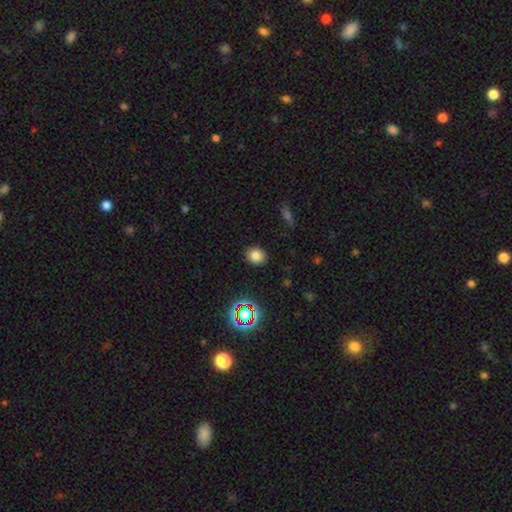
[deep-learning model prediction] A smooth galaxy with no disk features (79%) that is round (58%).

Vote fractions:
- Smooth or featured? smooth: 79% / star or artifact: 14% / featured or disk: 6%
- How rounded? round: 58% / in between: 41% / cigar-shaped: 1%
- Merging? none: 88% / minor disturbance: 8% / major disturbance: 2% / merger: 1%